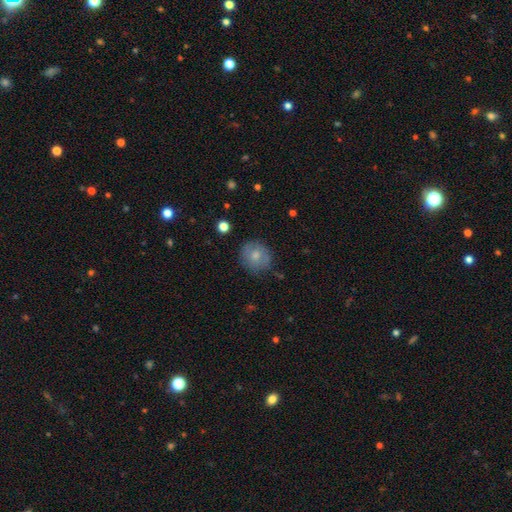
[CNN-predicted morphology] smooth 72%, featured or disk 20%, star or artifact 8%. Down the decision tree: how rounded — round (83%); merging — none (77%).